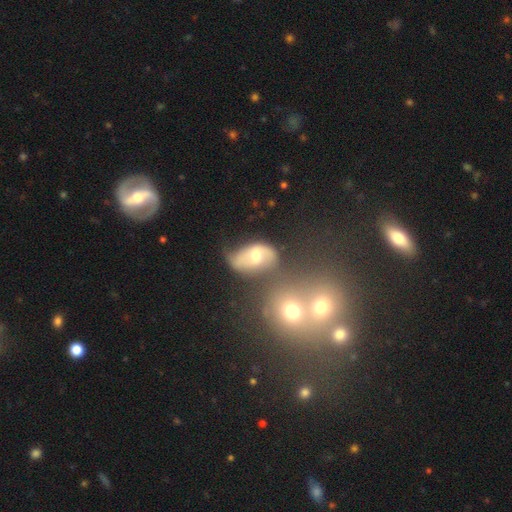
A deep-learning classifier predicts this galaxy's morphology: featured or disk 49%, smooth 40%, star or artifact 11%. Down the decision tree: merging — none (38%).